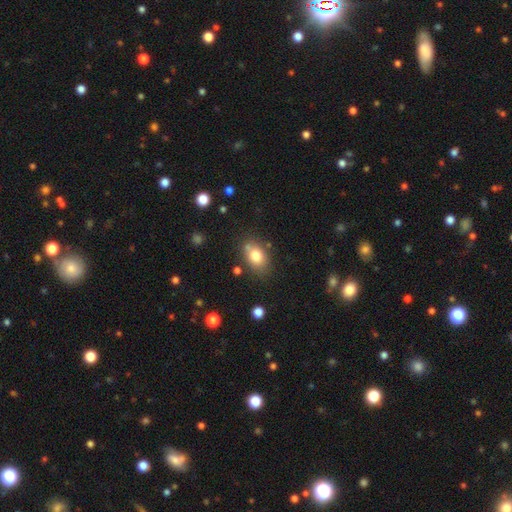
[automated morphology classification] This appears to be a smooth galaxy with no disk features (78%) that is in between round and cigar-shaped (74%). Merging: none (71%).